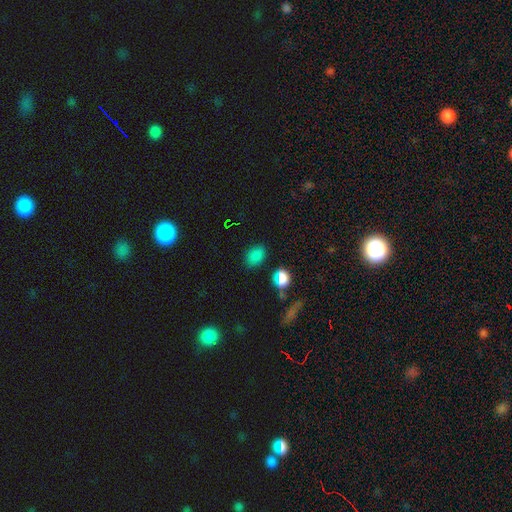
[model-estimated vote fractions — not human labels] Overall: smooth (78%). How rounded: in between (76%). Merging: none (84%).